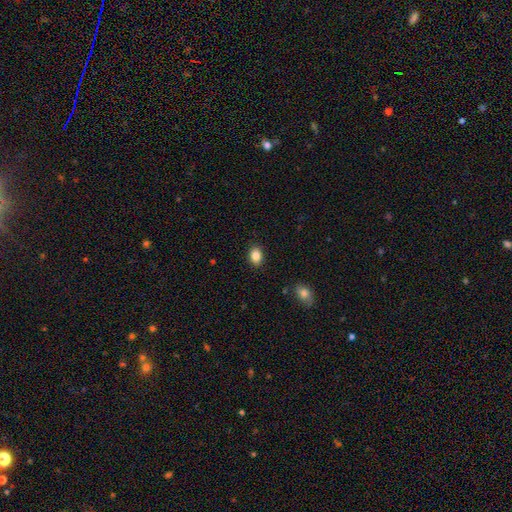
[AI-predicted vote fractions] Smooth or featured? Predicted: smooth (p=0.86). How rounded? Predicted: in between (p=0.74). Merging? Predicted: none (p=0.88).